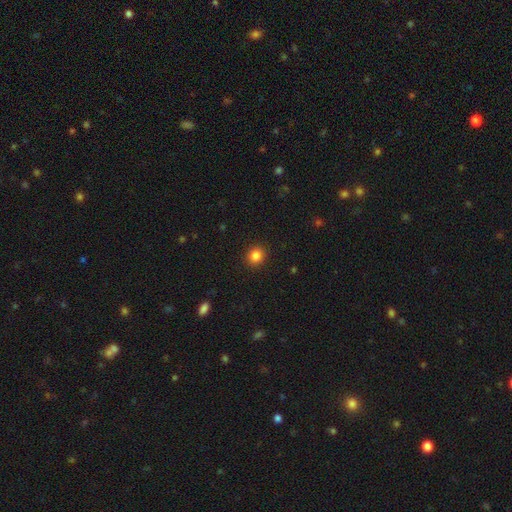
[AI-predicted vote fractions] Smooth or featured?
  - smooth: 85% *
  - star or artifact: 11%
  - featured or disk: 4%
How rounded?
  - round: 87% *
  - in between: 12%
  - cigar-shaped: 1%
Merging?
  - none: 91% *
  - minor disturbance: 6%
  - major disturbance: 2%
  - merger: 1%